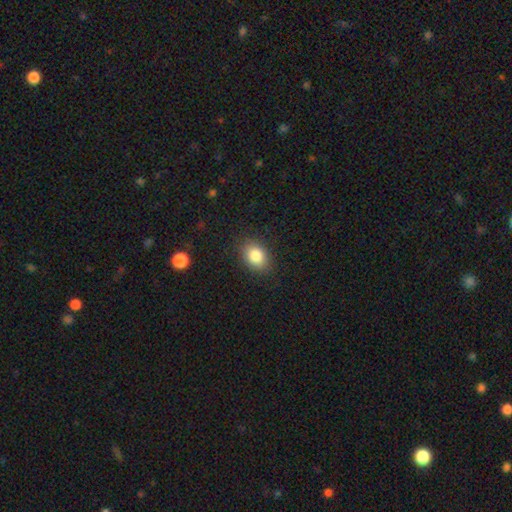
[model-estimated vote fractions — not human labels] smooth_or_featured: smooth (p=0.84) [alt: star or artifact p=0.09]
how_rounded: in between (p=0.72) [alt: round p=0.27]
merging: none (p=0.86) [alt: minor disturbance p=0.10]